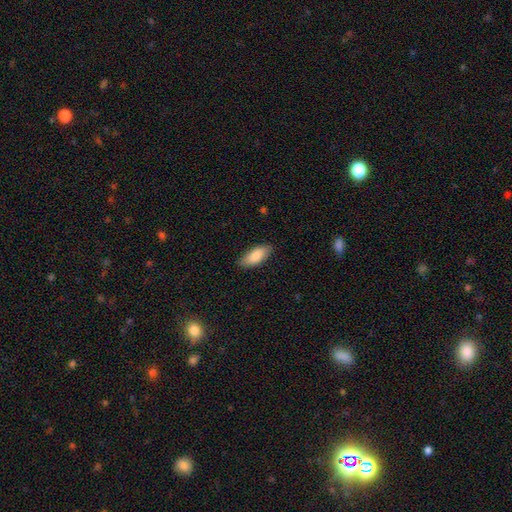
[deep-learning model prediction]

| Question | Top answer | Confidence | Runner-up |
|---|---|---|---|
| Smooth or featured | smooth | 86% | featured or disk (8%) |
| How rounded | in between | 83% | cigar-shaped (15%) |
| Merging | none | 84% | minor disturbance (13%) |